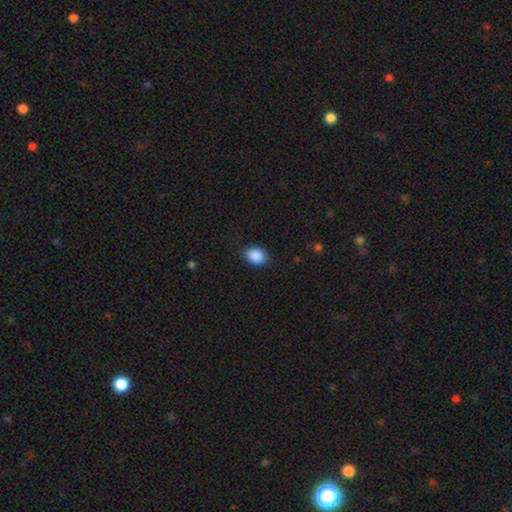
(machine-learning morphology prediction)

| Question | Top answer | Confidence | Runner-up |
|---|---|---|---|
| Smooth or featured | smooth | 89% | star or artifact (7%) |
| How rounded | in between | 72% | round (27%) |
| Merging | none | 85% | minor disturbance (11%) |